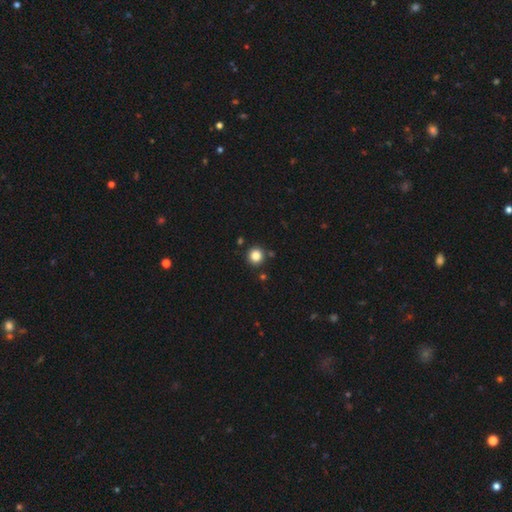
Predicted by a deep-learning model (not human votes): smooth-or-featured: smooth: 85% | star or artifact: 11% | featured or disk: 4%
  how-rounded: round: 94% | in between: 5% | cigar-shaped: 1%
  merging: none: 88% | minor disturbance: 6% | merger: 4% | major disturbance: 2%